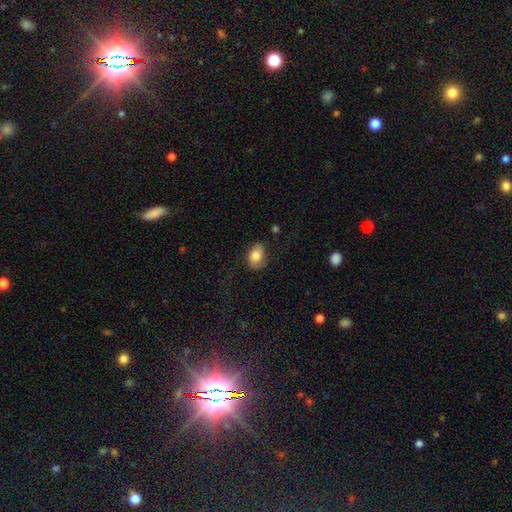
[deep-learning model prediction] Smooth or featured? smooth (76%)
How rounded? in between (81%)
Merging? none (70%)